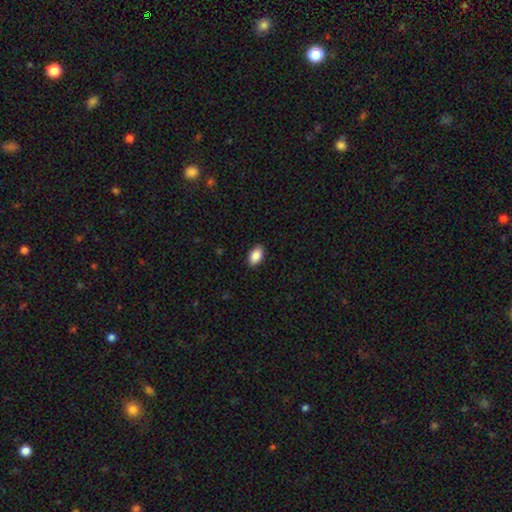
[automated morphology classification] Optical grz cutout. It shows a smooth galaxy with no disk features (88%) that is in between round and cigar-shaped (92%). Merging: none (89%).